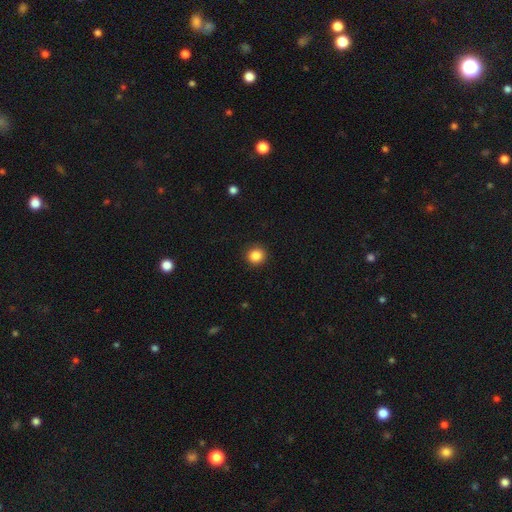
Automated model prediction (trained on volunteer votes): A smooth galaxy with no disk features (86%) that is round (91%).

Vote fractions:
- Smooth or featured? smooth: 86% / star or artifact: 10% / featured or disk: 4%
- How rounded? round: 91% / in between: 8% / cigar-shaped: 1%
- Merging? none: 92% / minor disturbance: 5% / major disturbance: 2% / merger: 1%